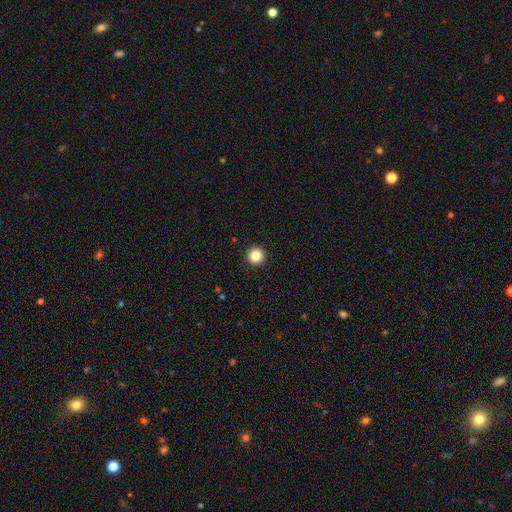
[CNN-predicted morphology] This appears to be a smooth galaxy with no disk features (84%) that is round (96%). Merging: none (93%).